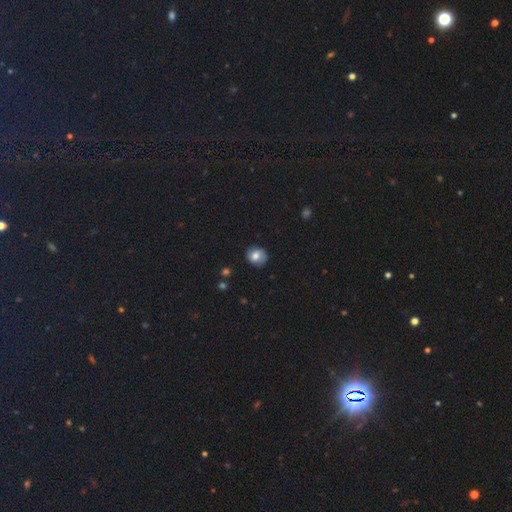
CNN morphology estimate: This appears to be a smooth galaxy with no disk features (70%) that is round (79%). Merging: none (82%).